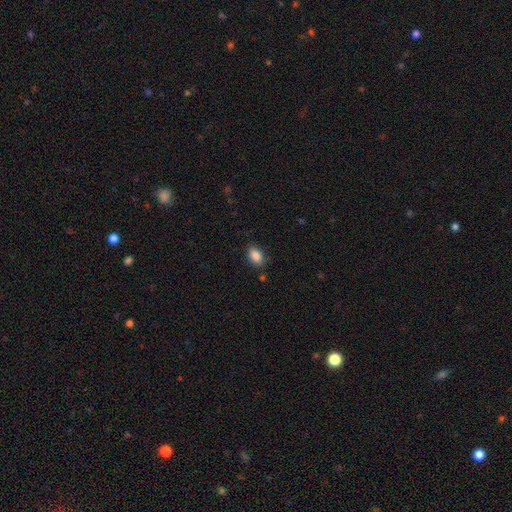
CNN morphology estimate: Q: Smooth or featured?
A: smooth (87%); runner-up: star or artifact (8%)
Q: How rounded?
A: in between (88%); runner-up: round (10%)
Q: Merging?
A: none (83%); runner-up: minor disturbance (12%)